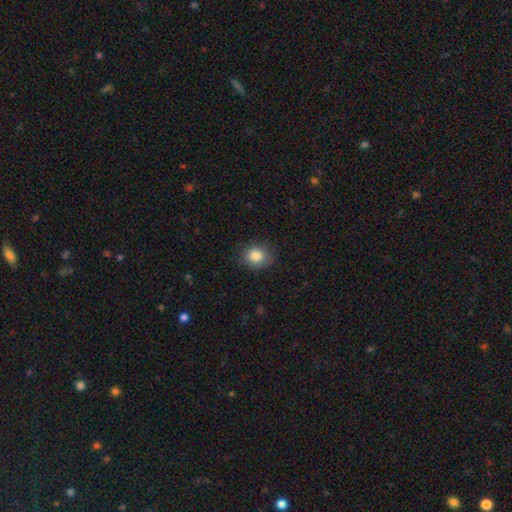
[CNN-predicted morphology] smooth 84%, star or artifact 10%, featured or disk 6%. Down the decision tree: how rounded — round (69%); merging — none (83%).